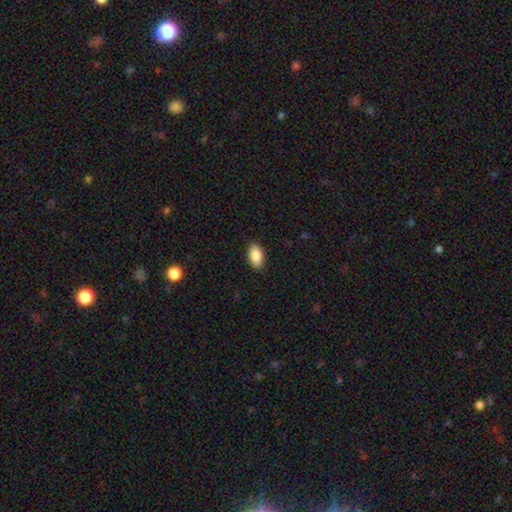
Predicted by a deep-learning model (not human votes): A smooth galaxy with no disk features (88%) that is in between round and cigar-shaped (94%). Merging: none (89%).